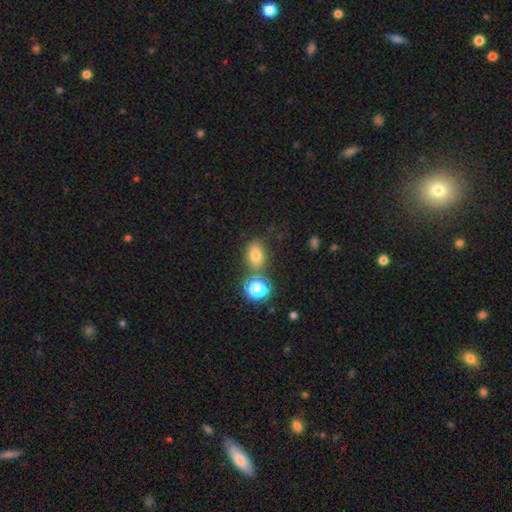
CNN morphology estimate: smooth-or-featured: smooth: 75% | star or artifact: 16% | featured or disk: 9%
  how-rounded: in between: 68% | round: 31% | cigar-shaped: 2%
  merging: none: 70% | minor disturbance: 13% | merger: 13% | major disturbance: 4%